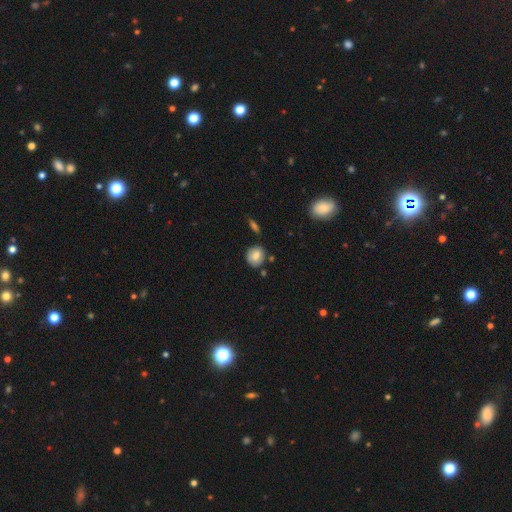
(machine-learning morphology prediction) Q: Smooth or featured?
A: smooth (75%); runner-up: featured or disk (16%)
Q: How rounded?
A: round (76%); runner-up: in between (23%)
Q: Merging?
A: none (77%); runner-up: minor disturbance (13%)